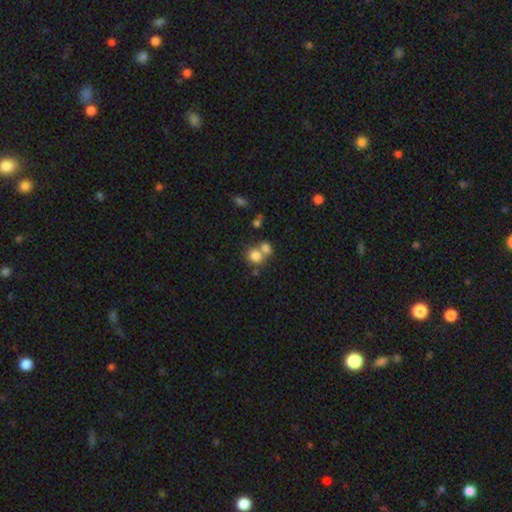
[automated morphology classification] Smooth or featured? smooth (79%)
How rounded? round (73%)
Merging? merger (47%)